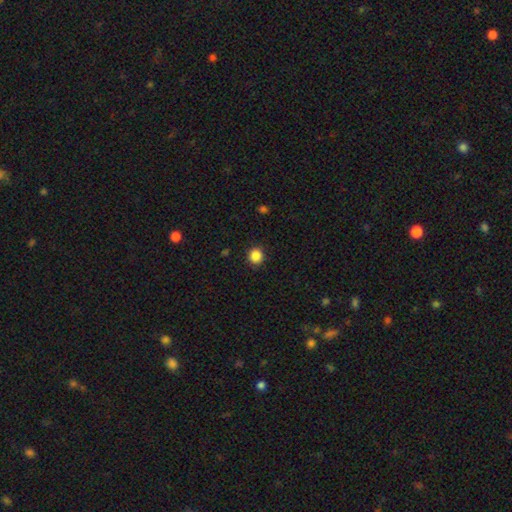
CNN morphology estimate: Smooth or featured?
  - smooth: 87% *
  - star or artifact: 10%
  - featured or disk: 3%
How rounded?
  - round: 91% *
  - in between: 8%
  - cigar-shaped: 1%
Merging?
  - none: 91% *
  - minor disturbance: 6%
  - major disturbance: 2%
  - merger: 1%